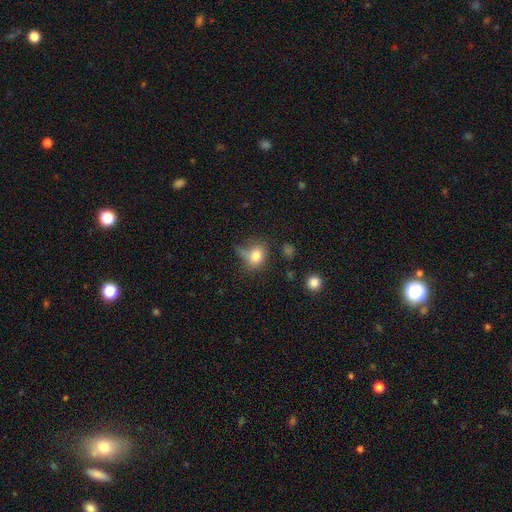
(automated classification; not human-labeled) smooth 78%, star or artifact 11%, featured or disk 11%. Down the decision tree: how rounded — in between (52%); merging — none (46%).